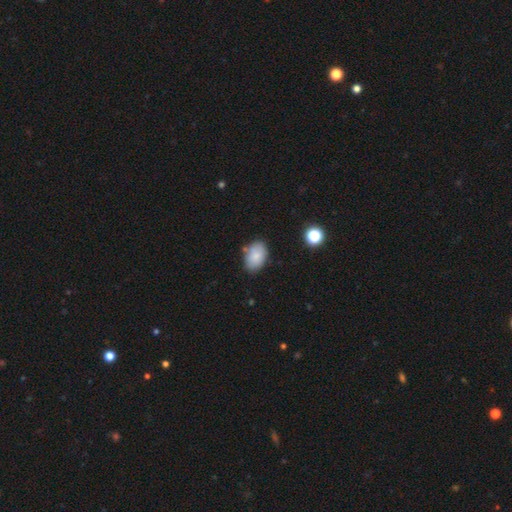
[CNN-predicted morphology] smooth_or_featured: smooth (p=0.83) [alt: featured or disk p=0.09]
how_rounded: in between (p=0.88) [alt: round p=0.11]
merging: none (p=0.76) [alt: minor disturbance p=0.16]